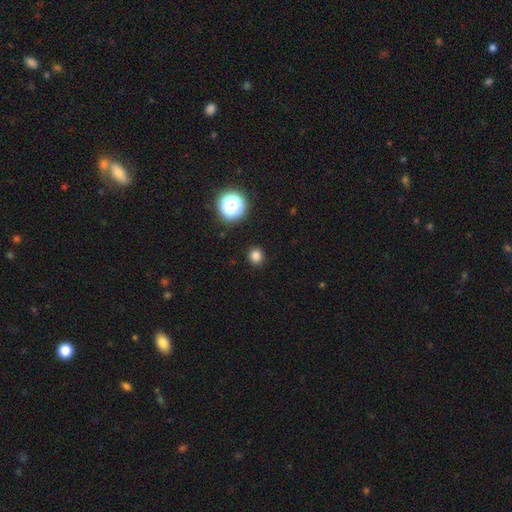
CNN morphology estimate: Smooth or featured?
  - smooth: 80% *
  - star or artifact: 16%
  - featured or disk: 4%
How rounded?
  - round: 90% *
  - in between: 9%
  - cigar-shaped: 1%
Merging?
  - none: 91% *
  - minor disturbance: 5%
  - major disturbance: 2%
  - merger: 1%